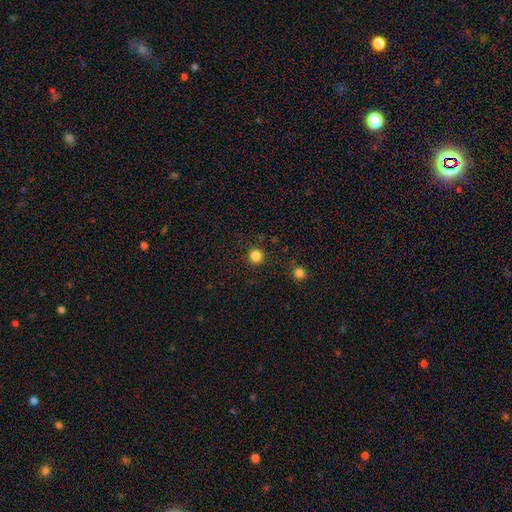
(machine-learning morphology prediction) Q: Smooth or featured?
A: smooth (83%); runner-up: star or artifact (13%)
Q: How rounded?
A: round (94%); runner-up: in between (5%)
Q: Merging?
A: none (90%); runner-up: minor disturbance (6%)